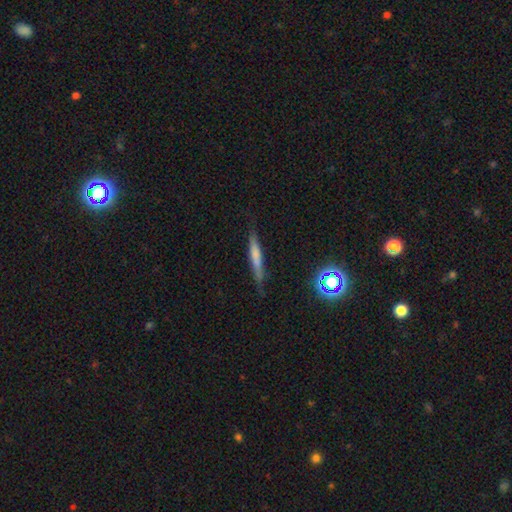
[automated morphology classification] Smooth or featured?
  - smooth: 57% *
  - featured or disk: 33%
  - star or artifact: 9%
How rounded?
  - cigar-shaped: 92% *
  - in between: 6%
  - round: 2%
Merging?
  - none: 78% *
  - minor disturbance: 17%
  - major disturbance: 3%
  - merger: 2%